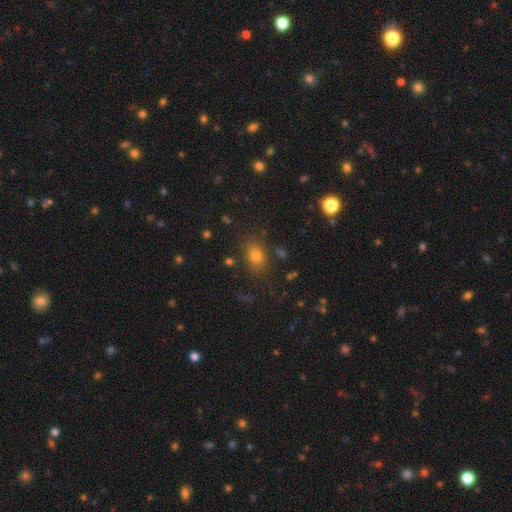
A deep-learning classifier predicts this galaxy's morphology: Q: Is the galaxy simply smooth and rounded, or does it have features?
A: smooth — 74%.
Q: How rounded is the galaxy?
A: in between — 62%.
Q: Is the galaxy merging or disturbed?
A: none — 78%.